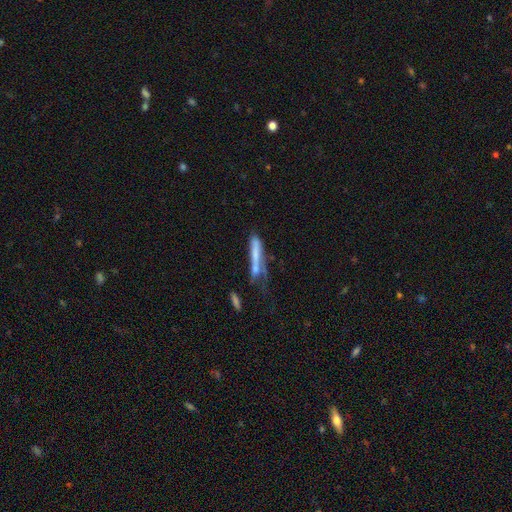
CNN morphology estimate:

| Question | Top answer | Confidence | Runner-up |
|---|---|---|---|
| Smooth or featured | smooth | 57% | featured or disk (33%) |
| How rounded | cigar-shaped | 90% | in between (8%) |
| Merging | none | 36% | merger (23%) |